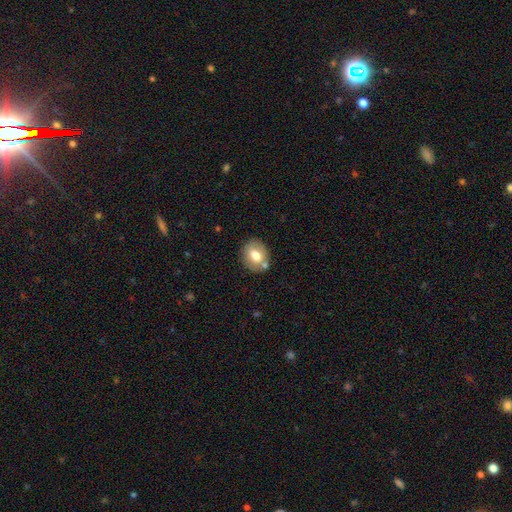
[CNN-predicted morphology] smooth 67%, featured or disk 25%, star or artifact 8%. Down the decision tree: how rounded — in between (53%); merging — none (71%).